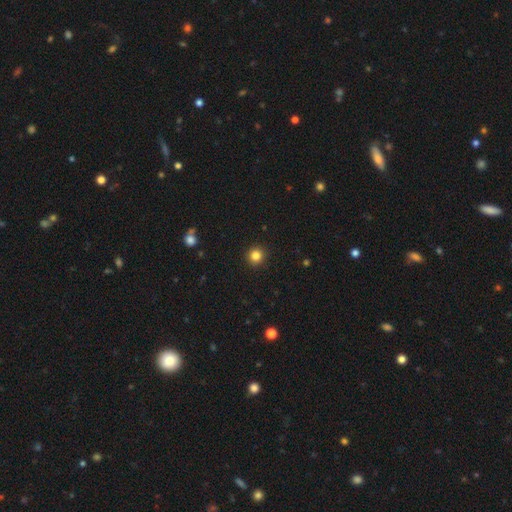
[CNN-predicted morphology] This appears to be a smooth galaxy with no disk features (84%) that is round (95%). Merging: none (93%).